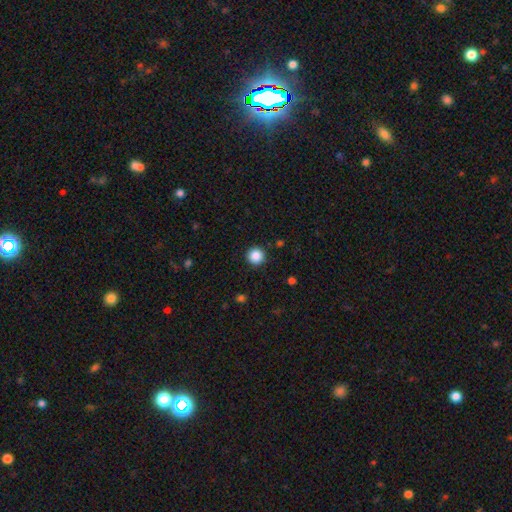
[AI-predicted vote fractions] A smooth galaxy with no disk features (87%) that is round (96%).

Vote fractions:
- Smooth or featured? smooth: 87% / star or artifact: 10% / featured or disk: 3%
- How rounded? round: 96% / in between: 3% / cigar-shaped: 1%
- Merging? none: 92% / minor disturbance: 5% / major disturbance: 2% / merger: 1%